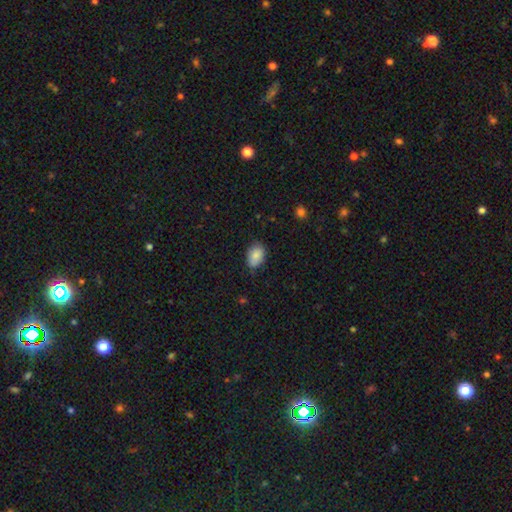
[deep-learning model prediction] A smooth galaxy with no disk features (85%) that is in between round and cigar-shaped (85%).

Vote fractions:
- Smooth or featured? smooth: 85% / star or artifact: 7% / featured or disk: 7%
- How rounded? in between: 85% / round: 14% / cigar-shaped: 1%
- Merging? none: 75% / minor disturbance: 20% / major disturbance: 3% / merger: 1%